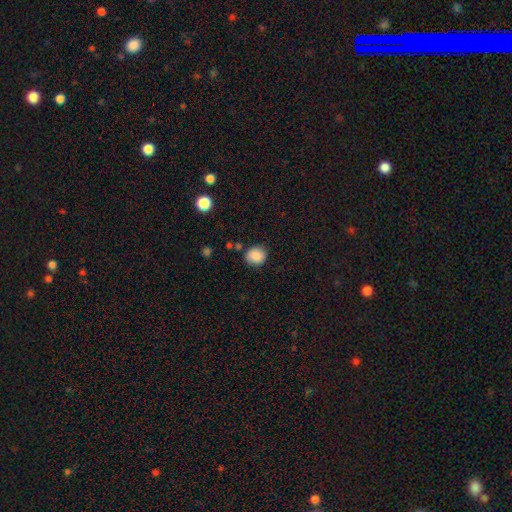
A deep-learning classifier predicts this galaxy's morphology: A smooth galaxy with no disk features (87%) that is round (80%). Merging: none (83%).